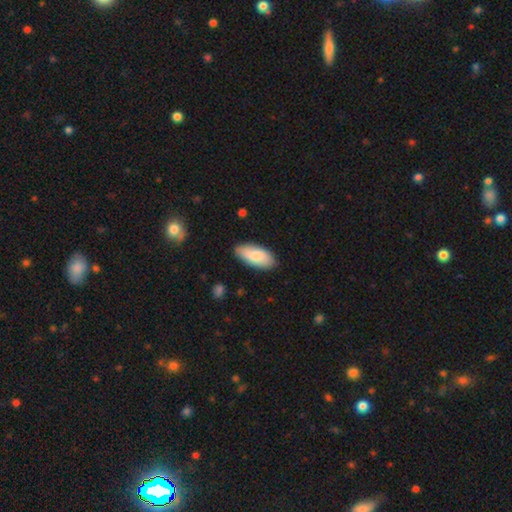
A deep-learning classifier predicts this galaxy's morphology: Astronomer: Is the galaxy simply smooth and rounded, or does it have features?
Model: smooth — 78%.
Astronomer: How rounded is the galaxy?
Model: in between — 90%.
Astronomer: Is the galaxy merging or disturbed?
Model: none — 84%.